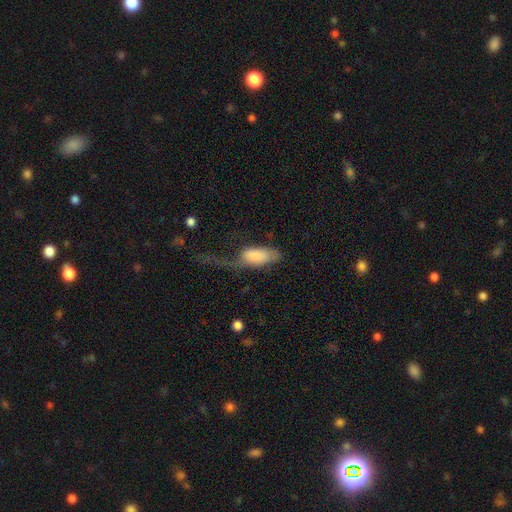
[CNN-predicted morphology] The model was most divided on "merging": major disturbance: 59%, minor disturbance: 19%, none: 17%, merger: 5%. More confident: how rounded — in between (89%); smooth or featured — smooth (79%).